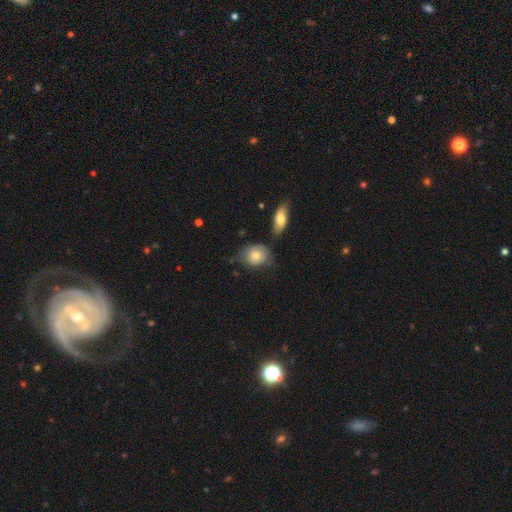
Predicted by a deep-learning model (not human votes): smooth 72%, featured or disk 21%, star or artifact 7%. Down the decision tree: how rounded — round (53%); merging — none (43%).